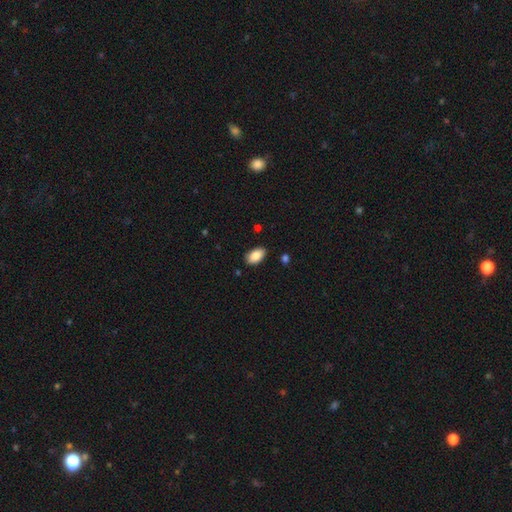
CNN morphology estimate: A smooth galaxy with no disk features (86%) that is in between round and cigar-shaped (94%).

Vote fractions:
- Smooth or featured? smooth: 86% / star or artifact: 7% / featured or disk: 7%
- How rounded? in between: 94% / round: 4% / cigar-shaped: 2%
- Merging? none: 86% / minor disturbance: 11% / major disturbance: 2% / merger: 2%